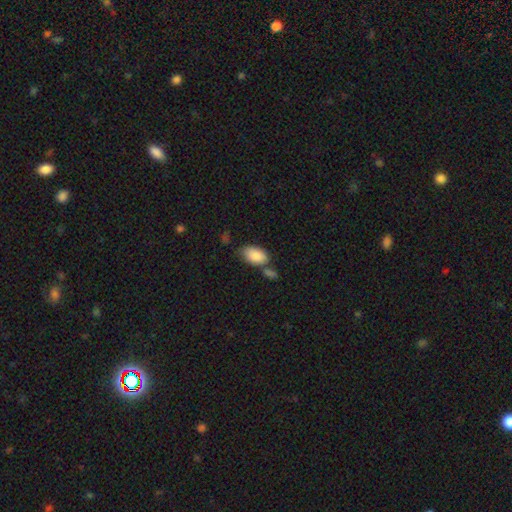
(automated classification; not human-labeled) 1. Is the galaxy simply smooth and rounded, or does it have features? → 87% smooth, 7% featured or disk, 7% star or artifact.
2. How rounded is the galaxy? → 93% in between, 5% round, 2% cigar-shaped.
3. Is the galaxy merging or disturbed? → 51% none, 23% merger, 19% minor disturbance, 6% major disturbance.